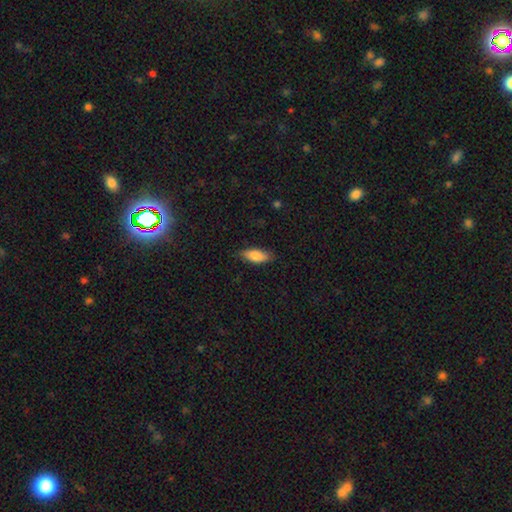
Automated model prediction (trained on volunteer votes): Q: Smooth or featured?
A: smooth (85%); runner-up: featured or disk (9%)
Q: How rounded?
A: in between (78%); runner-up: cigar-shaped (20%)
Q: Merging?
A: none (80%); runner-up: minor disturbance (16%)